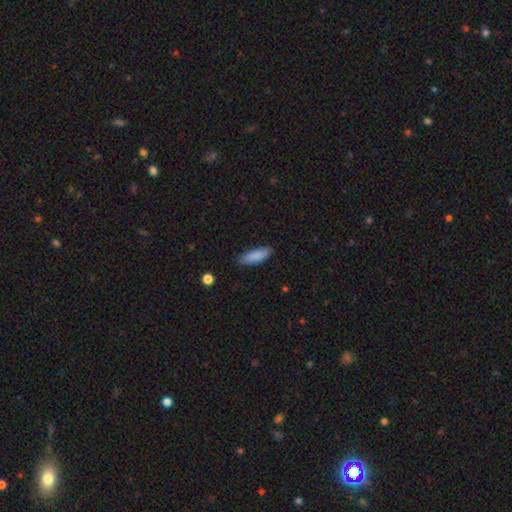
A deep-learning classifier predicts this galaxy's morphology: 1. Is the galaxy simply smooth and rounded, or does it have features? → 87% smooth, 7% featured or disk, 6% star or artifact.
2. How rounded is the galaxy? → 58% in between, 41% cigar-shaped, 2% round.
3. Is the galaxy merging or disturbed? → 81% none, 15% minor disturbance, 2% major disturbance, 1% merger.